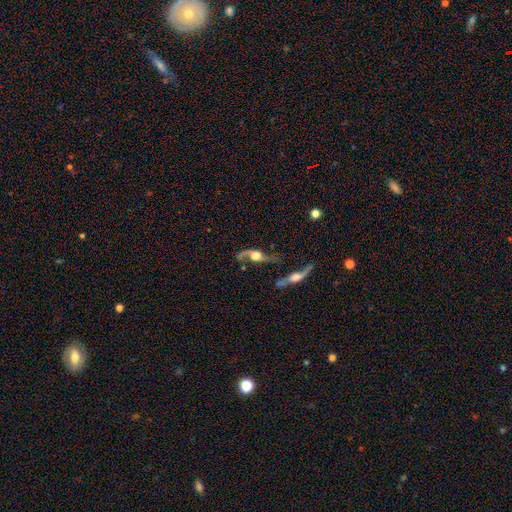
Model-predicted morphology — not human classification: A featured or disk galaxy (81%) with no bar (67%), 2 (87%) loose (78%) spiral arms (90%) and a large central bulge (48%).

Vote fractions:
- Smooth or featured? featured or disk: 81% / smooth: 12% / star or artifact: 7%
- Edge-on disk? no: 77% / yes: 23%
- Bar? no: 67% / weak: 24% / strong: 9%
- Spiral arms? yes: 90% / no: 10%
- Spiral winding? loose: 78% / medium: 17% / tight: 5%
- Spiral arm count? 2: 87% / 1: 7% / can't tell: 3% / 3: 1% / 4: 1% / more than 4: 1%
- Bulge size? large: 48% / moderate: 36% / dominant: 7% / small: 6% / none: 3%
- Merging? none: 45% / major disturbance: 20% / merger: 19% / minor disturbance: 17%